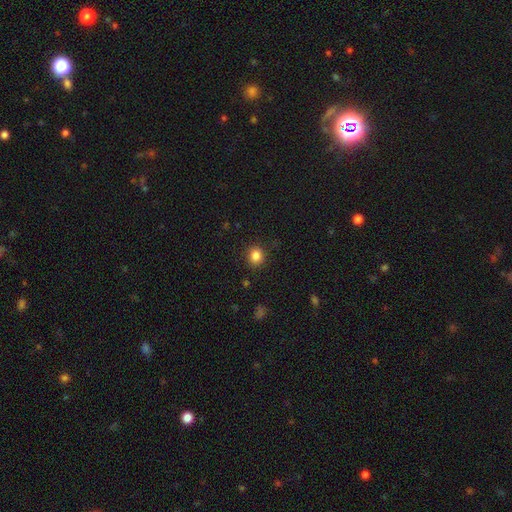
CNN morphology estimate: smooth-or-featured: smooth: 85% | star or artifact: 11% | featured or disk: 4%
  how-rounded: round: 83% | in between: 16% | cigar-shaped: 1%
  merging: none: 89% | minor disturbance: 7% | major disturbance: 2% | merger: 1%